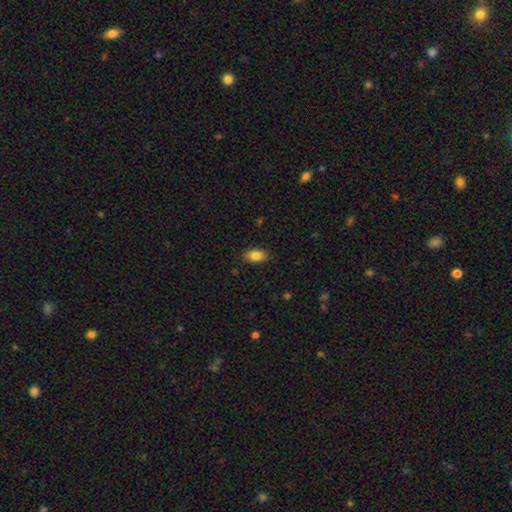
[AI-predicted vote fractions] Smooth or featured? smooth (83%)
How rounded? in between (90%)
Merging? none (86%)